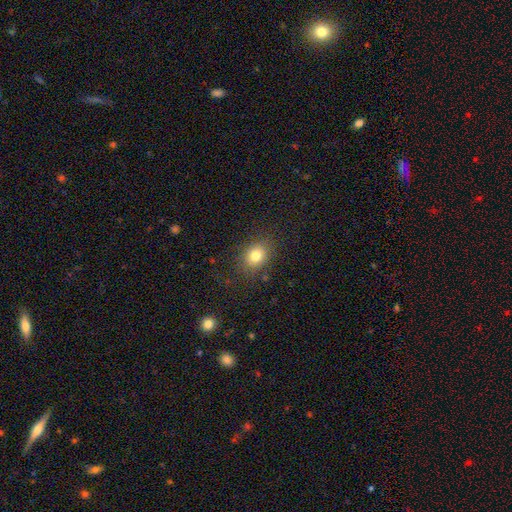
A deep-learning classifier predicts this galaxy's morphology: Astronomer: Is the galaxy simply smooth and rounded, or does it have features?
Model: smooth — 80%.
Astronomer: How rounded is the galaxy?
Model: in between — 54% (runner-up: round, 45%).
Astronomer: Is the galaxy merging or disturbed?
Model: none — 82%.